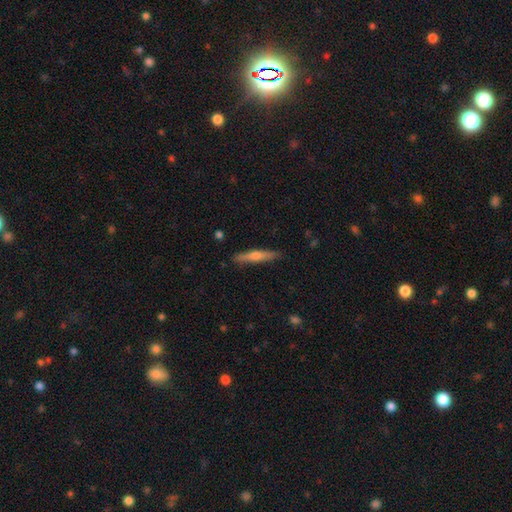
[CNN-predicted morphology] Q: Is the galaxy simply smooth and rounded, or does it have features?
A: featured or disk — 52%.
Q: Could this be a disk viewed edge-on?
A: yes — 96%.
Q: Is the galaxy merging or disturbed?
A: none — 90%.